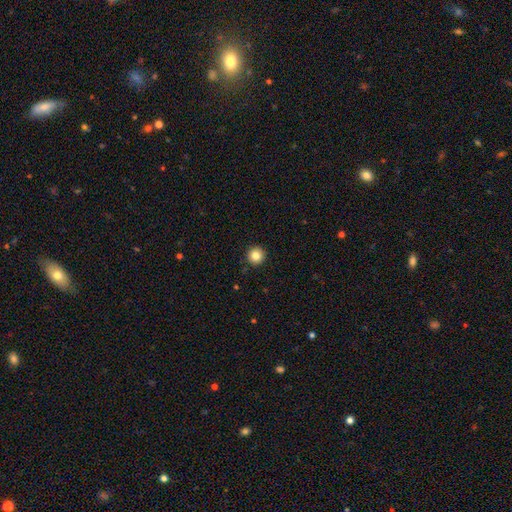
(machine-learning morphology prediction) smooth 83%, star or artifact 10%, featured or disk 6%. Down the decision tree: how rounded — round (96%); merging — none (93%).